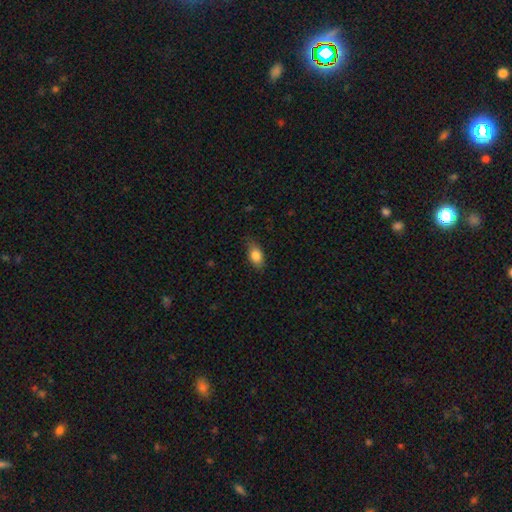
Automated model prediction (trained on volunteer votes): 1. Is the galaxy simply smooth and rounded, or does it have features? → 82% smooth, 10% featured or disk, 7% star or artifact.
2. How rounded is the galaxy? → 86% in between, 9% round, 5% cigar-shaped.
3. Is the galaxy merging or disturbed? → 78% none, 18% minor disturbance, 3% major disturbance, 1% merger.